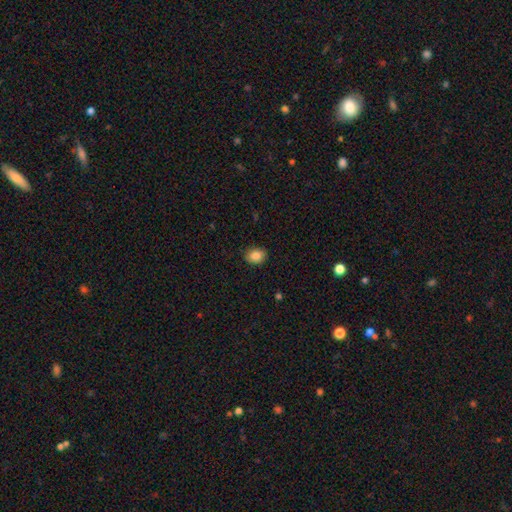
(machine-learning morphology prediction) smooth 86%, star or artifact 9%, featured or disk 5%. Down the decision tree: how rounded — in between (56%); merging — none (89%).